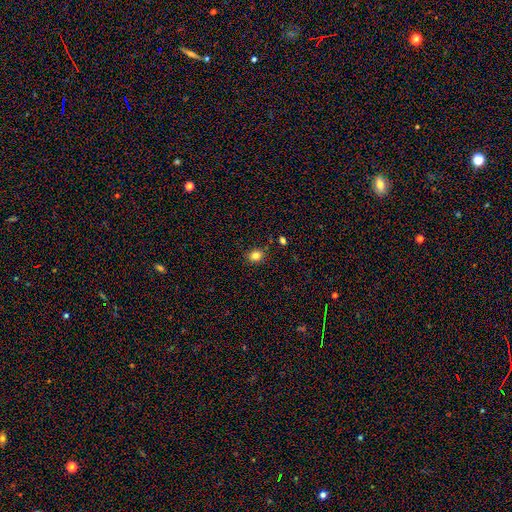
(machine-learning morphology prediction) smooth 82%, star or artifact 13%, featured or disk 6%. Down the decision tree: how rounded — round (68%); merging — none (86%).